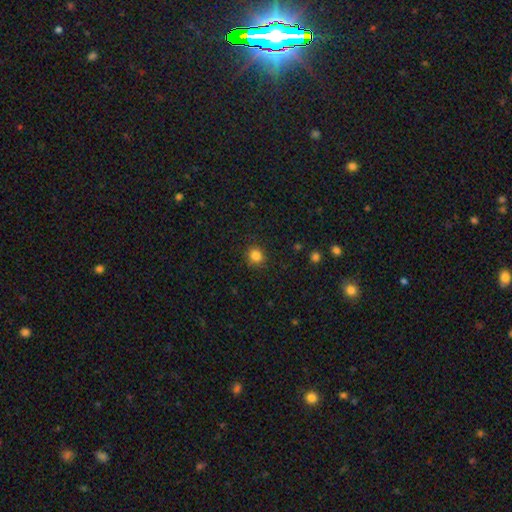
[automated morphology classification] Q: Smooth or featured?
A: smooth (84%); runner-up: star or artifact (12%)
Q: How rounded?
A: round (88%); runner-up: in between (11%)
Q: Merging?
A: none (89%); runner-up: minor disturbance (8%)